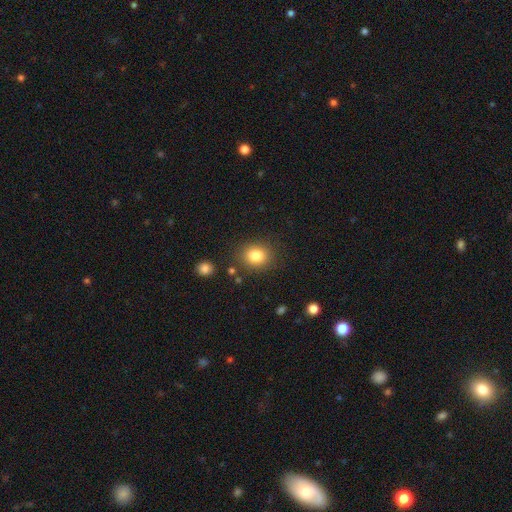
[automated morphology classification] A smooth galaxy with no disk features (83%) that is round (67%). Merging: none (83%).